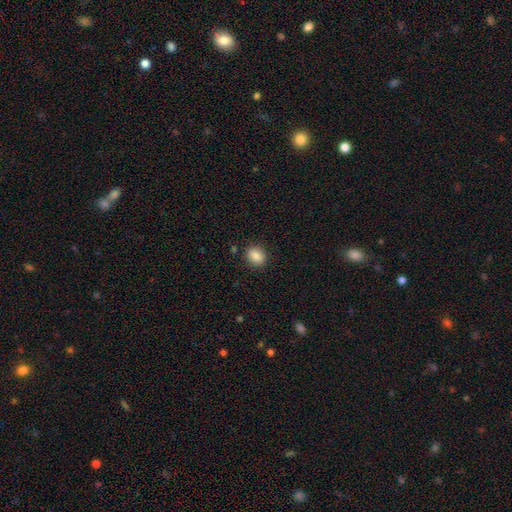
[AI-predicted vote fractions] This is clearly a smooth galaxy (87%). How rounded: possibly round (51%). Merging: clearly none (87%).